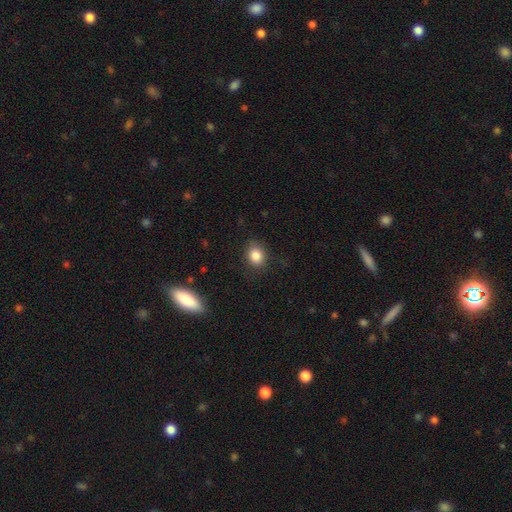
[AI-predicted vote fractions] Smooth or featured? Predicted: smooth (p=0.84). How rounded? Predicted: round (p=0.59). Merging? Predicted: none (p=0.82).